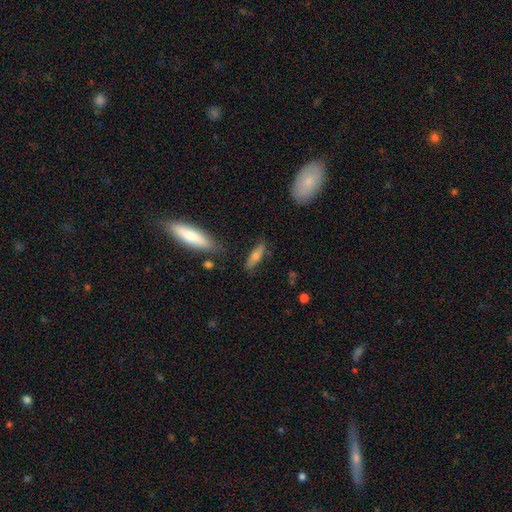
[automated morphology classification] This is possibly a smooth galaxy (59%). How rounded: possibly cigar-shaped (58%). Merging: likely none (75%).